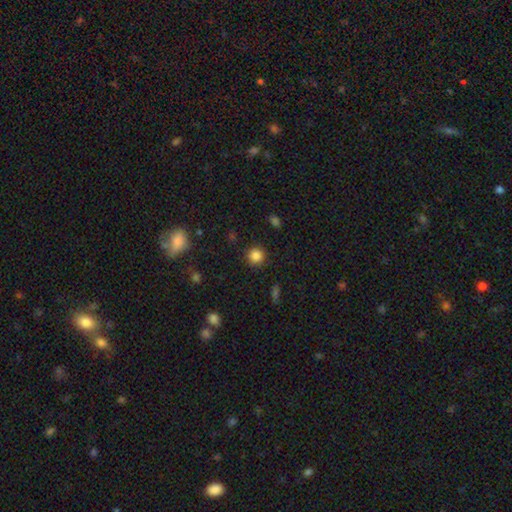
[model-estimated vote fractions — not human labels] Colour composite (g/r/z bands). It shows a smooth galaxy with no disk features (84%) that is round (93%). Merging: none (89%).